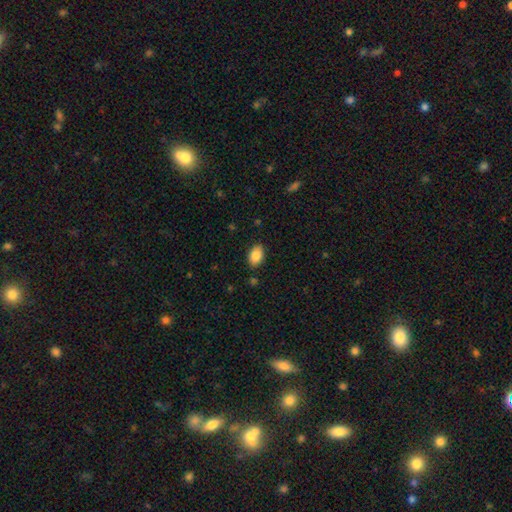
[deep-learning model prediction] Smooth or featured: smooth — 87% (star or artifact — 7%)
How rounded: in between — 89% (round — 10%)
Merging: none — 86% (minor disturbance — 10%)